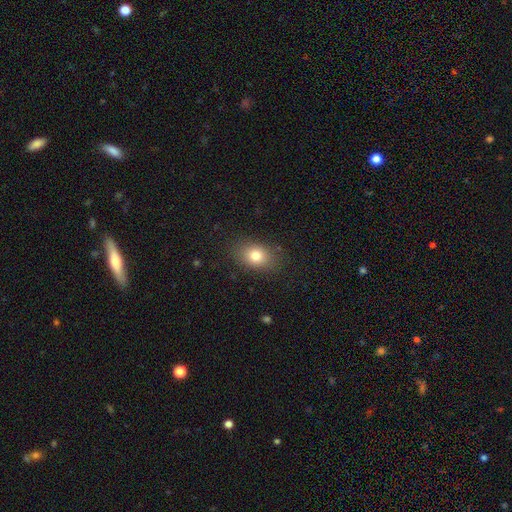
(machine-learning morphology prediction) smooth-or-featured: smooth: 80% | star or artifact: 11% | featured or disk: 10%
  how-rounded: in between: 70% | round: 29% | cigar-shaped: 1%
  merging: none: 84% | minor disturbance: 11% | major disturbance: 4% | merger: 1%